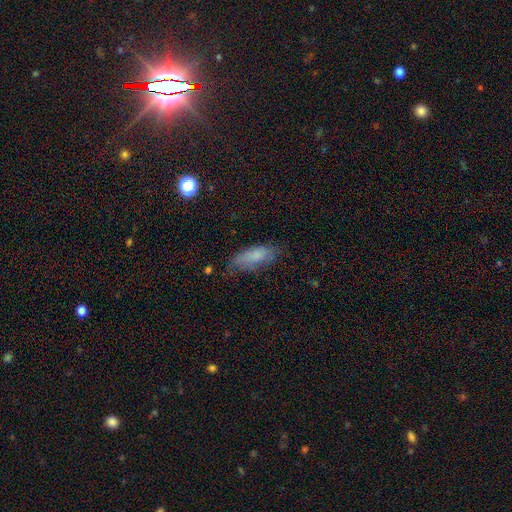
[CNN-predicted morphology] Smooth or featured?
  - smooth: 77% *
  - featured or disk: 15%
  - star or artifact: 8%
How rounded?
  - in between: 76% *
  - cigar-shaped: 22%
  - round: 2%
Merging?
  - none: 61% *
  - minor disturbance: 28%
  - major disturbance: 10%
  - merger: 2%